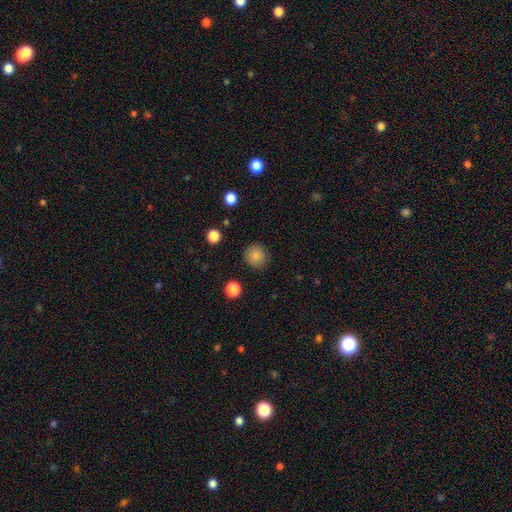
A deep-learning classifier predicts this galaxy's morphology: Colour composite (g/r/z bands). It shows a smooth galaxy with no disk features (84%) that is round (90%). Merging: none (88%).